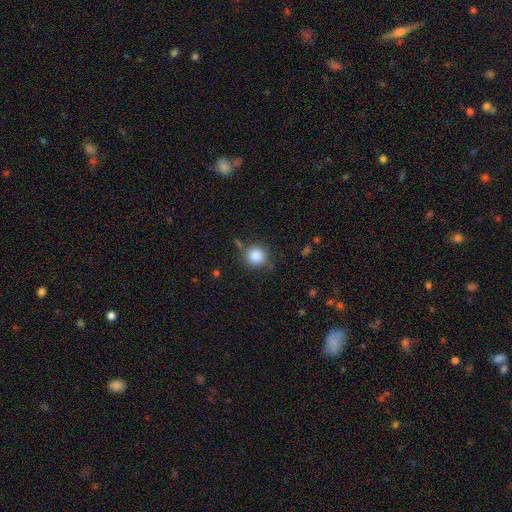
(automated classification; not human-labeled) This is clearly a smooth galaxy (85%). How rounded: clearly round (91%). Merging: likely none (77%).